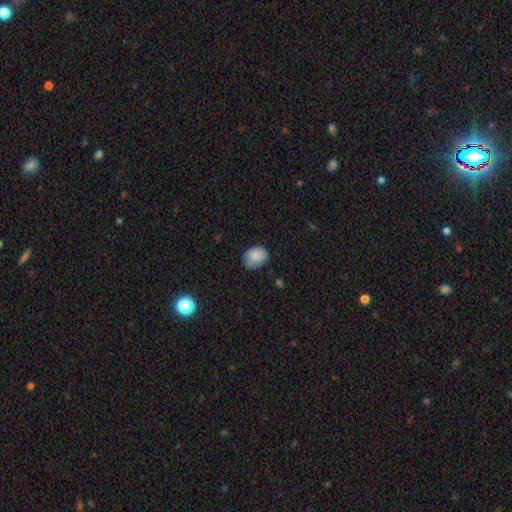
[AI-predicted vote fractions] Morphology: type=smooth (86%); roundness=in between (57%); merging=none (71%).